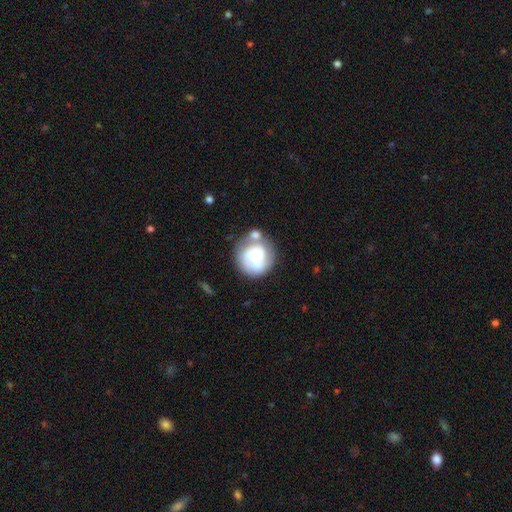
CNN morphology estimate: Smooth or featured? smooth (49%)
Merging? none (46%)